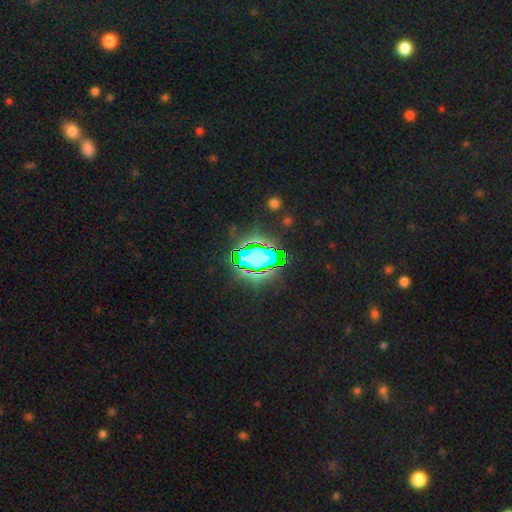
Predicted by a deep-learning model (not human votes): Smooth or featured: star or artifact — 68% (smooth — 18%)